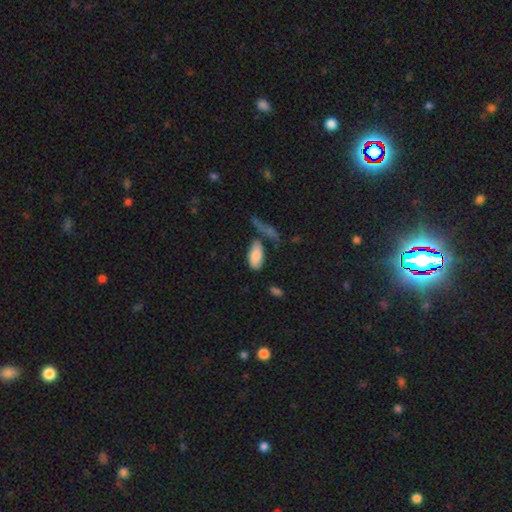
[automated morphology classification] Q: Smooth or featured?
A: smooth (83%); runner-up: featured or disk (10%)
Q: How rounded?
A: in between (92%); runner-up: cigar-shaped (6%)
Q: Merging?
A: none (47%); runner-up: minor disturbance (23%)